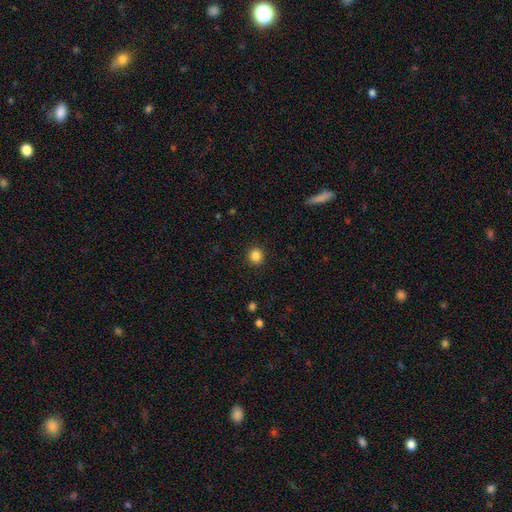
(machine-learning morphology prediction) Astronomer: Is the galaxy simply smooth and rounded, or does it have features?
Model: smooth — 86%.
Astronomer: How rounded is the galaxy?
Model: round — 91%.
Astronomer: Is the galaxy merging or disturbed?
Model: none — 92%.